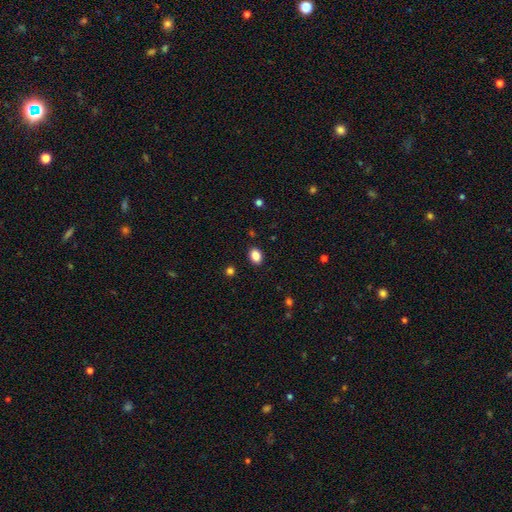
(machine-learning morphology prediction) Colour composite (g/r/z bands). It shows a smooth galaxy with no disk features (87%) that is in between round and cigar-shaped (76%). Merging: none (89%).